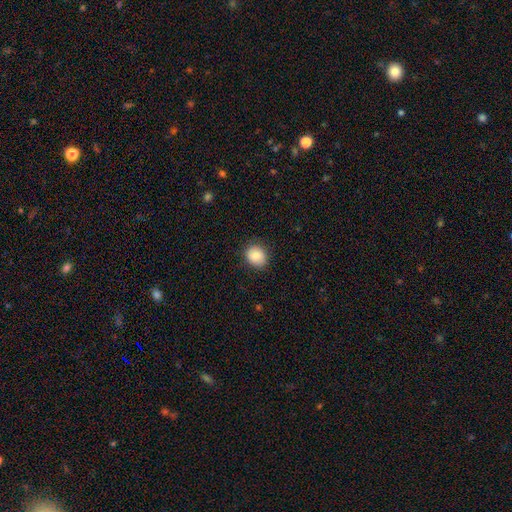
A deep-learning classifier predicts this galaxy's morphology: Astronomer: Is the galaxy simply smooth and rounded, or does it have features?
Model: smooth — 86%.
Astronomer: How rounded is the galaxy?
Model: round — 65%.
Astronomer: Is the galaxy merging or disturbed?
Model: none — 84%.